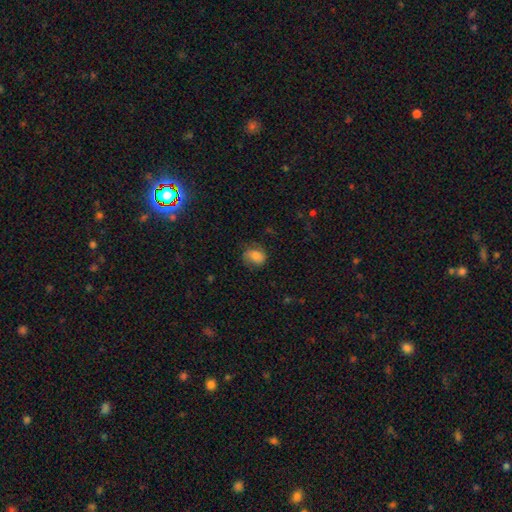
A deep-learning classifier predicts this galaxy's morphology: smooth-or-featured: smooth: 71% | featured or disk: 20% | star or artifact: 9%
  how-rounded: in between: 60% | round: 39% | cigar-shaped: 1%
  merging: none: 58% | minor disturbance: 27% | major disturbance: 13% | merger: 1%